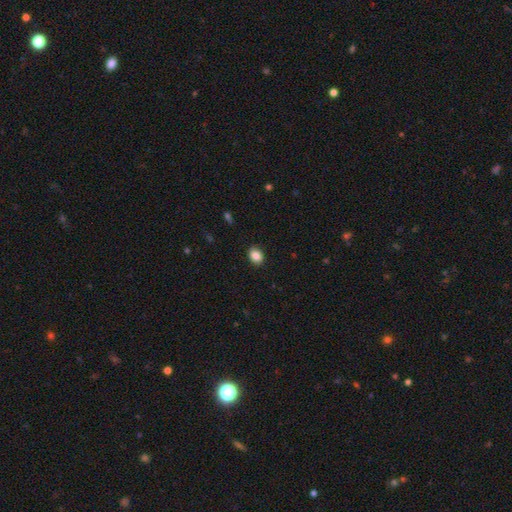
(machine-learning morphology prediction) Smooth or featured? smooth (87%)
How rounded? in between (60%)
Merging? none (89%)